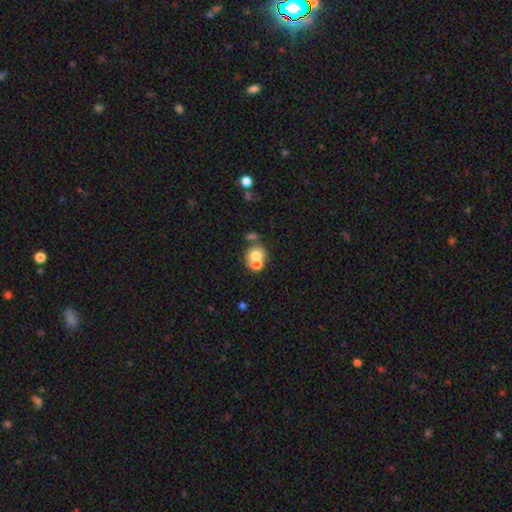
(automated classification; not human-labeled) smooth 67%, featured or disk 21%, star or artifact 12%. Down the decision tree: how rounded — round (72%); merging — merger (49%).